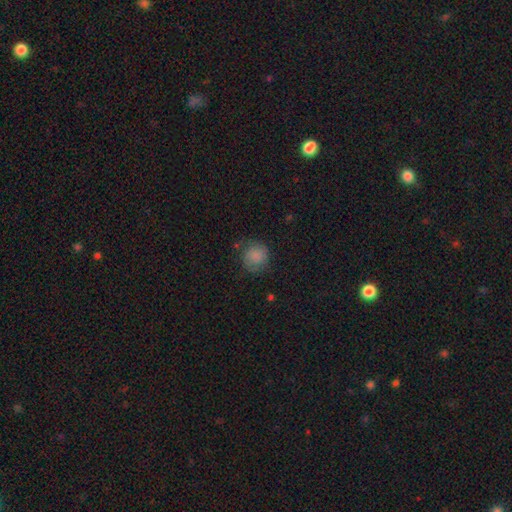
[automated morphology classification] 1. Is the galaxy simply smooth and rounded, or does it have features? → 75% smooth, 16% featured or disk, 9% star or artifact.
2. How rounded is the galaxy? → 87% round, 13% in between, 1% cigar-shaped.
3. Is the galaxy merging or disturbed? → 69% none, 21% minor disturbance, 8% major disturbance, 2% merger.